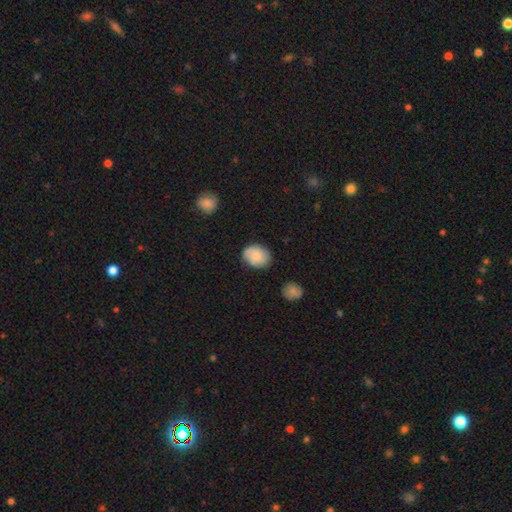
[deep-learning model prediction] A smooth galaxy with no disk features (71%) that is in between round and cigar-shaped (51%).

Vote fractions:
- Smooth or featured? smooth: 71% / featured or disk: 22% / star or artifact: 8%
- How rounded? in between: 51% / round: 48% / cigar-shaped: 1%
- Merging? none: 75% / minor disturbance: 19% / major disturbance: 4% / merger: 2%